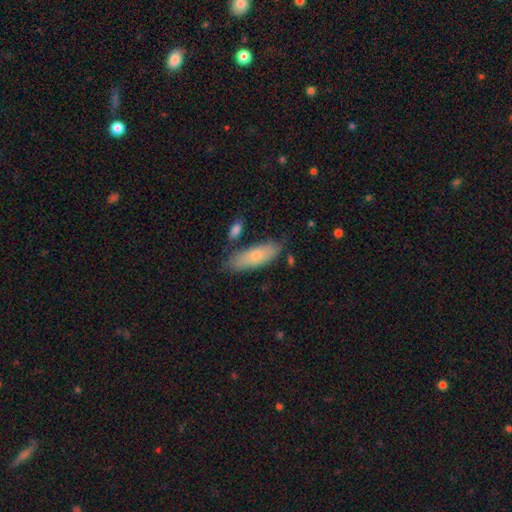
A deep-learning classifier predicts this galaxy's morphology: The model was most divided on "how rounded": in between: 63%, cigar-shaped: 34%, round: 2%. More confident: smooth or featured — smooth (72%); merging — none (71%).